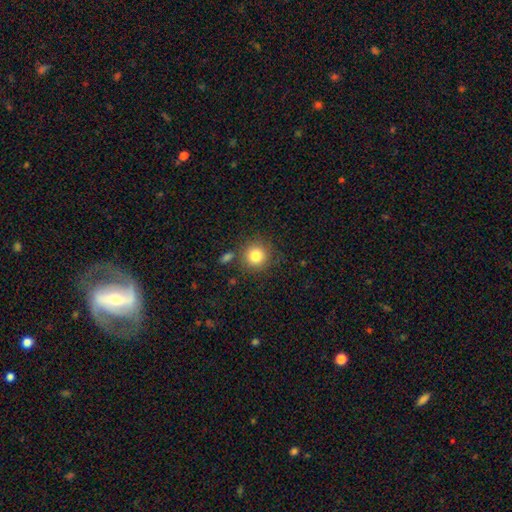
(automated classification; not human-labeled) Overall: smooth (82%). How rounded: round (92%). Merging: none (82%).